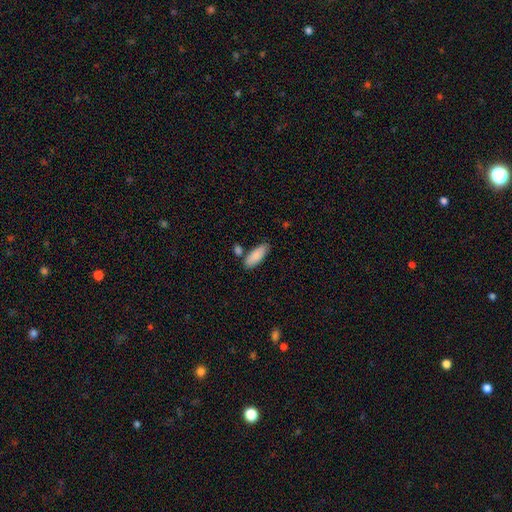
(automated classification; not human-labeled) Smooth or featured? Predicted: smooth (p=0.86). How rounded? Predicted: in between (p=0.76). Merging? Predicted: none (p=0.73).